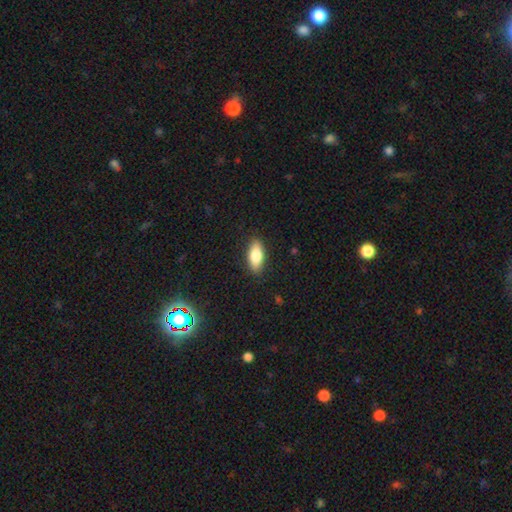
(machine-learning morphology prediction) This appears to be a smooth galaxy with no disk features (80%) that is in between round and cigar-shaped (82%). Merging: none (88%).